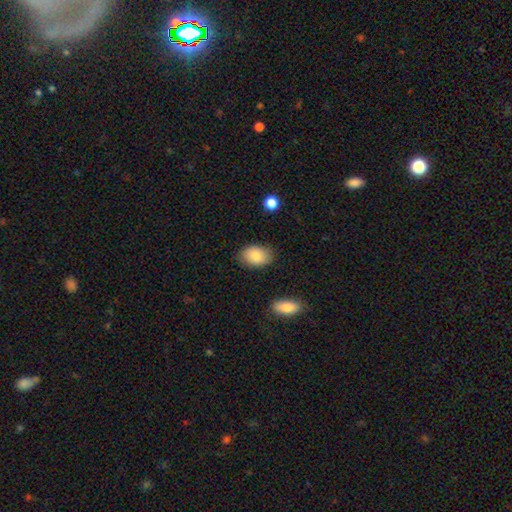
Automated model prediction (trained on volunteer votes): smooth 86%, featured or disk 7%, star or artifact 7%. Down the decision tree: how rounded — in between (86%); merging — none (82%).